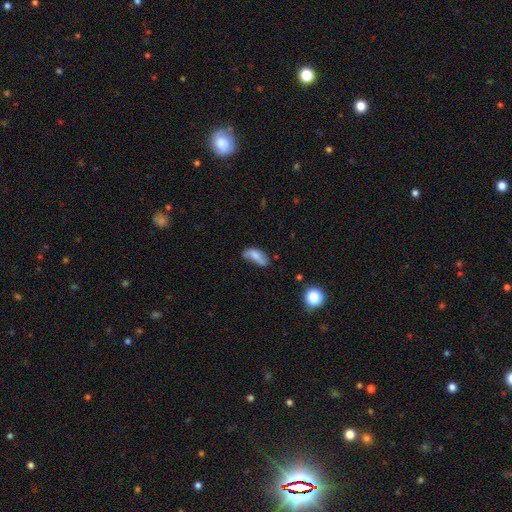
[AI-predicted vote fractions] The model was most divided on "merging": none: 43%, minor disturbance: 32%, major disturbance: 16%, merger: 9%. More confident: how rounded — in between (79%); smooth or featured — smooth (61%).